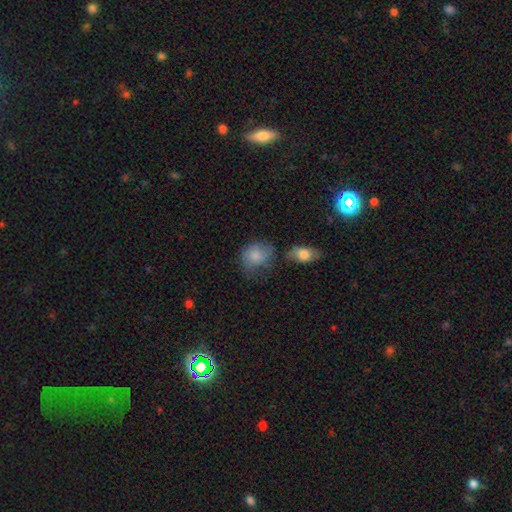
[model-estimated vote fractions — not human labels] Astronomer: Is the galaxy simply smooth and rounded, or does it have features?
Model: smooth — 76%.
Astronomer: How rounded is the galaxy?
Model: round — 59% (runner-up: in between, 40%).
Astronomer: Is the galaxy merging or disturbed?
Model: none — 45% (runner-up: minor disturbance, 28%).